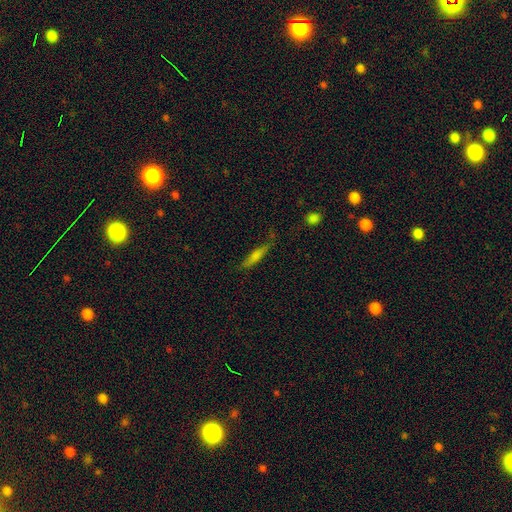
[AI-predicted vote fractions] A smooth galaxy with no disk features (59%) that is cigar-shaped (83%). Merging: none (72%).